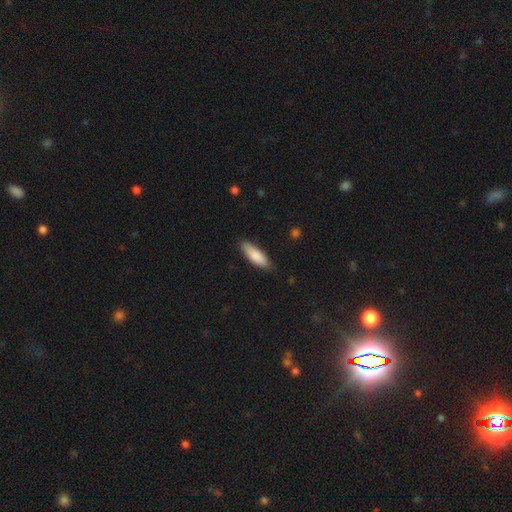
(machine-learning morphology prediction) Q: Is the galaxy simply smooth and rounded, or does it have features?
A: smooth — 84%.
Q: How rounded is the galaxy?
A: in between — 58%.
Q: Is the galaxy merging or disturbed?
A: none — 82%.